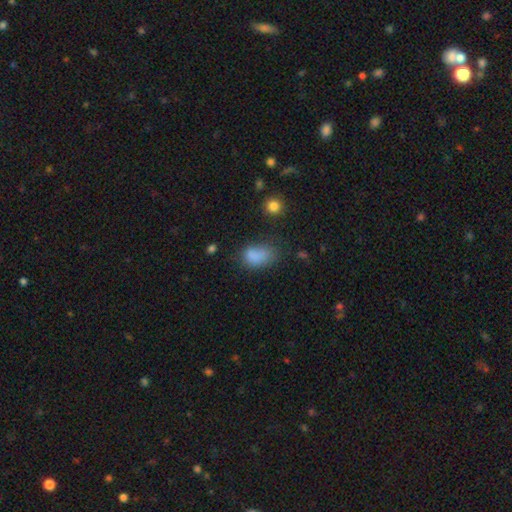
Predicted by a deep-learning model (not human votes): Smooth or featured?
  - smooth: 80% *
  - star or artifact: 12%
  - featured or disk: 8%
How rounded?
  - in between: 86% *
  - round: 12%
  - cigar-shaped: 2%
Merging?
  - none: 44% *
  - minor disturbance: 32%
  - major disturbance: 20%
  - merger: 5%